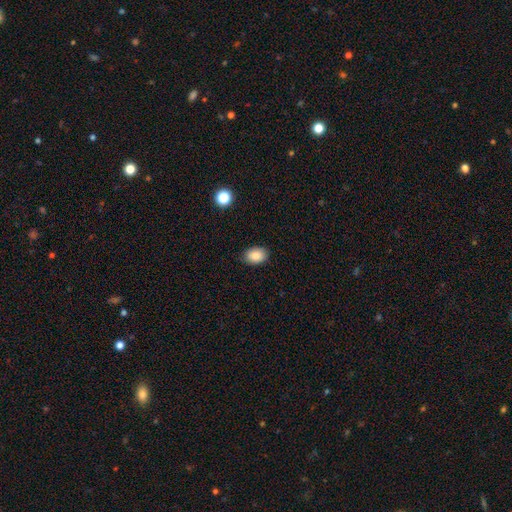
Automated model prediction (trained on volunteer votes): This is clearly a smooth galaxy (87%). How rounded: clearly in between (80%). Merging: clearly none (87%).